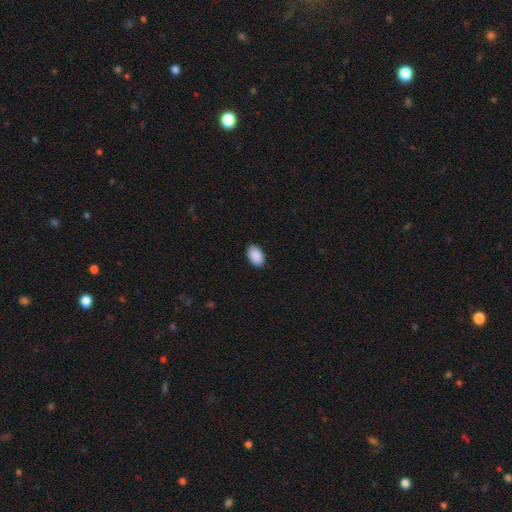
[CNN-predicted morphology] This is clearly a smooth galaxy (91%). How rounded: clearly in between (93%). Merging: clearly none (90%).